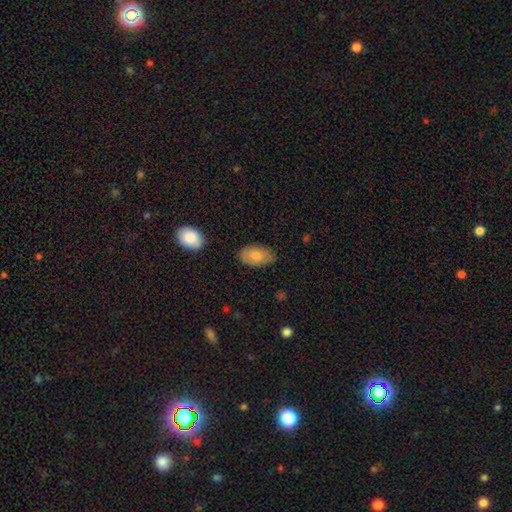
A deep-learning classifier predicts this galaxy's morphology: Overall: smooth (73%). How rounded: in between (93%). Merging: none (79%).